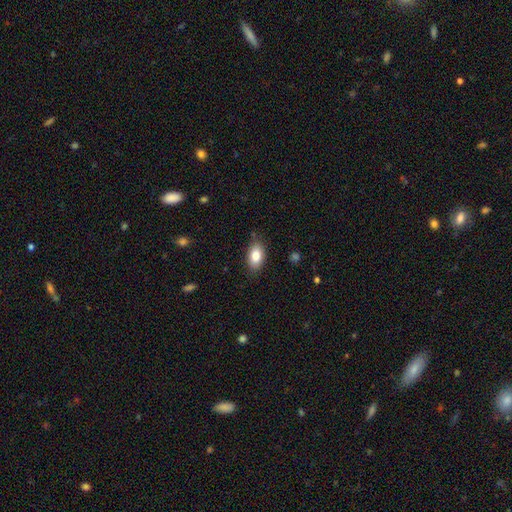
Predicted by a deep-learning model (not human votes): The model was most divided on "merging": none: 82%, minor disturbance: 14%, major disturbance: 3%, merger: 1%. More confident: how rounded — in between (91%); smooth or featured — smooth (83%).